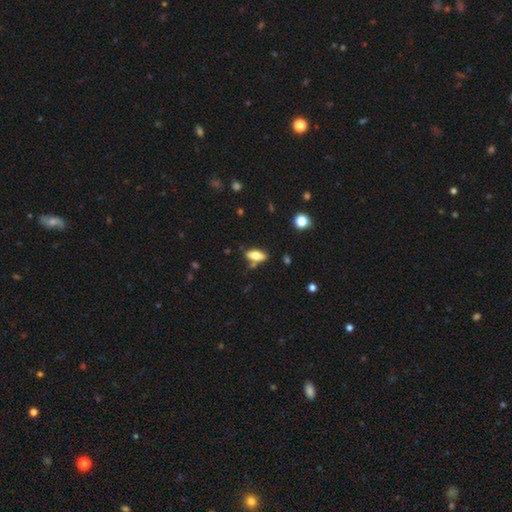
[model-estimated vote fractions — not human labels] smooth-or-featured: smooth: 67% | featured or disk: 25% | star or artifact: 8%
  how-rounded: in between: 77% | cigar-shaped: 20% | round: 3%
  merging: none: 72% | minor disturbance: 15% | merger: 9% | major disturbance: 4%